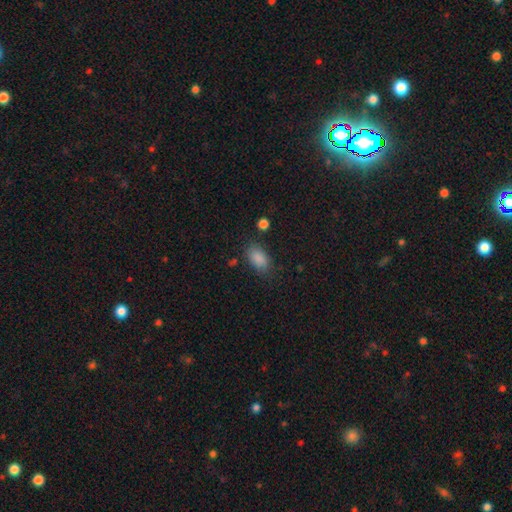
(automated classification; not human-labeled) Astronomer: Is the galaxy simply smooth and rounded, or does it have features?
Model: smooth — 84%.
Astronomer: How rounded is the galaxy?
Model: in between — 88%.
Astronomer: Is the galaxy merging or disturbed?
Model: none — 80%.